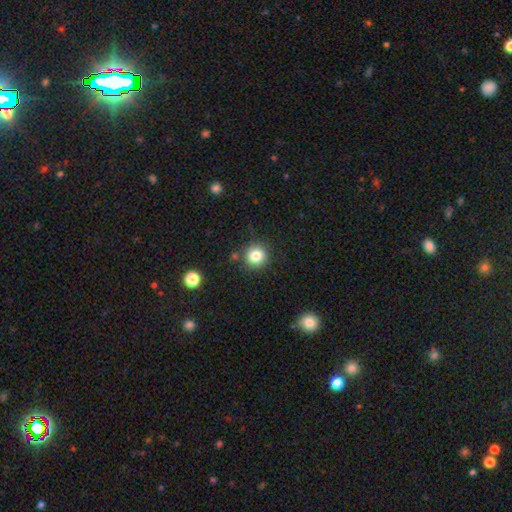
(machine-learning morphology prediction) smooth_or_featured: smooth (p=0.82) [alt: star or artifact p=0.11]
how_rounded: round (p=0.92) [alt: in between p=0.07]
merging: none (p=0.86) [alt: minor disturbance p=0.08]